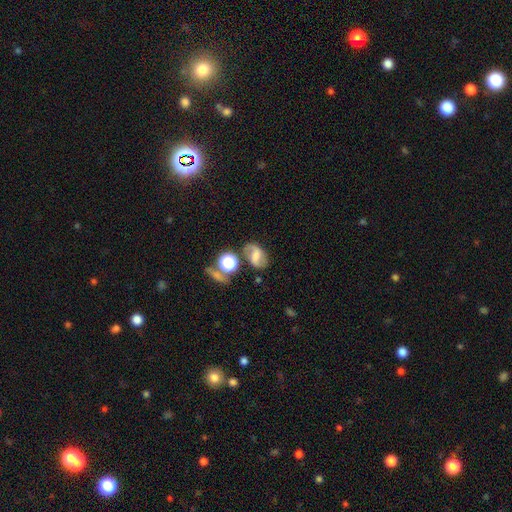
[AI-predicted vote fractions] Q: Smooth or featured?
A: featured or disk (49%); runner-up: smooth (38%)
Q: Merging?
A: none (63%); runner-up: minor disturbance (18%)